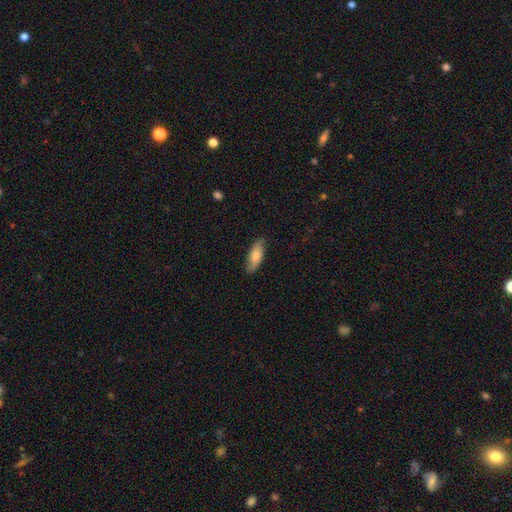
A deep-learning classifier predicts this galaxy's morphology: Smooth or featured? Predicted: smooth (p=0.68). How rounded? Predicted: in between (p=0.69). Merging? Predicted: none (p=0.80).